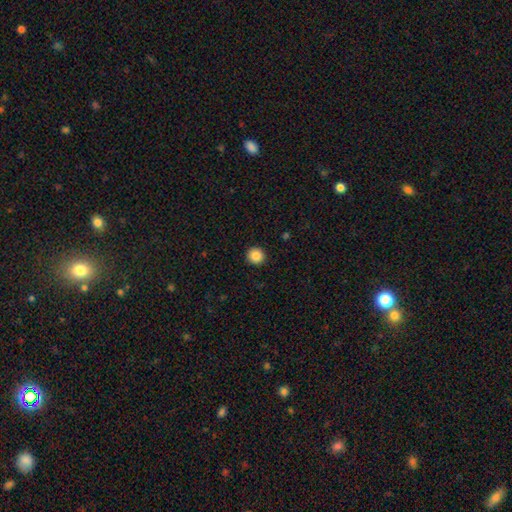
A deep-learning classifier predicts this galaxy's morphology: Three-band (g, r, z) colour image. It shows a smooth galaxy with no disk features (86%) that is round (92%). Merging: none (93%).